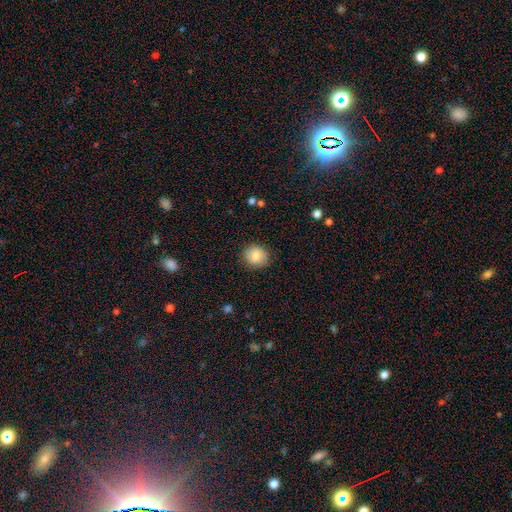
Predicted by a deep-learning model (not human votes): Smooth or featured? smooth (83%)
How rounded? round (80%)
Merging? none (88%)